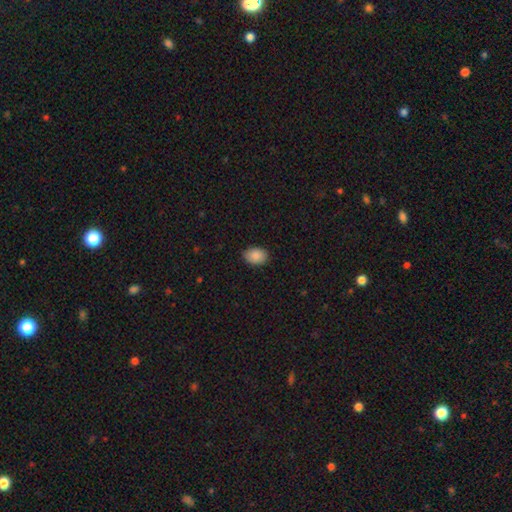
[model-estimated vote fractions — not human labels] smooth-or-featured: smooth: 88% | star or artifact: 7% | featured or disk: 4%
  how-rounded: in between: 76% | round: 23% | cigar-shaped: 1%
  merging: none: 88% | minor disturbance: 10% | major disturbance: 2% | merger: 1%